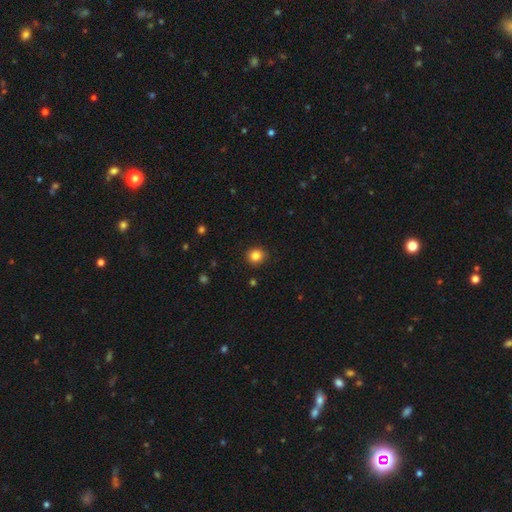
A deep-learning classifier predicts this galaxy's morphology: type=smooth (84%); roundness=round (86%); merging=none (90%).